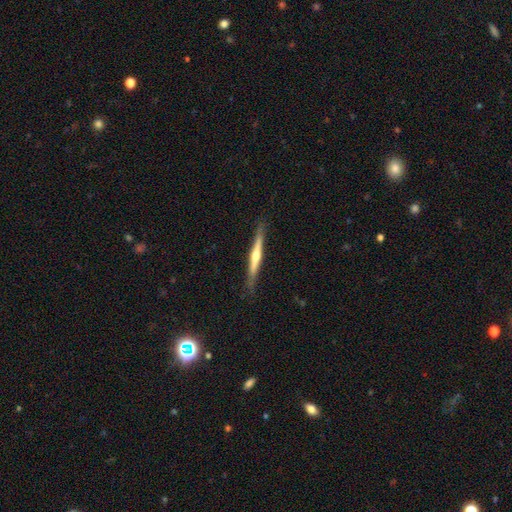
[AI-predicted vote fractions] smooth_or_featured: featured or disk (p=0.66) [alt: smooth p=0.29]
disk_edge_on: yes (p=0.98) [alt: no p=0.02]
edge_on_bulge: rounded (p=0.76) [alt: none p=0.17]
merging: none (p=0.87) [alt: minor disturbance p=0.10]